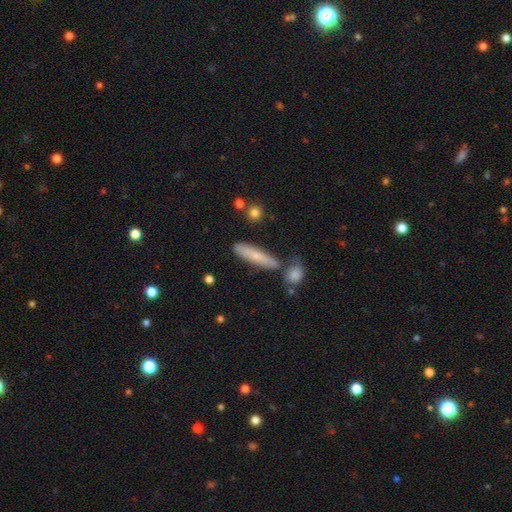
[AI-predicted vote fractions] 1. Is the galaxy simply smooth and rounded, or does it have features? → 69% smooth, 24% featured or disk, 7% star or artifact.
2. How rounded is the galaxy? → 78% cigar-shaped, 20% in between, 2% round.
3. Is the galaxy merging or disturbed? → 72% none, 14% minor disturbance, 11% merger, 3% major disturbance.